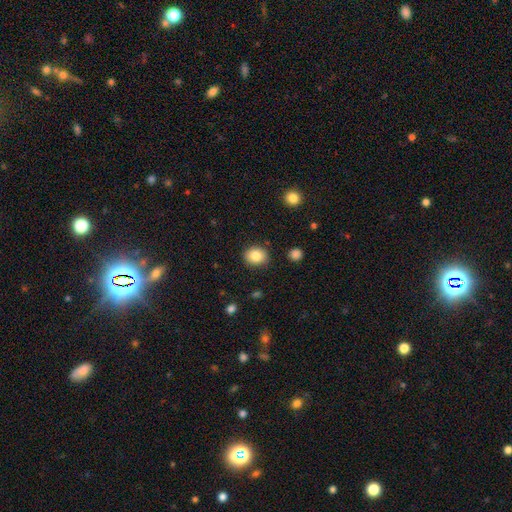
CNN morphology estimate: smooth 84%, star or artifact 9%, featured or disk 7%. Down the decision tree: how rounded — round (64%); merging — none (85%).